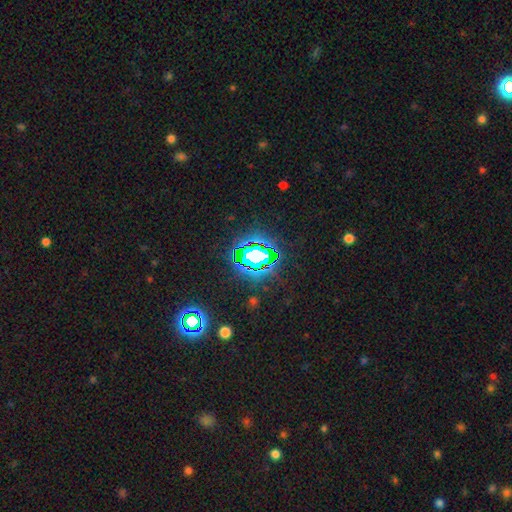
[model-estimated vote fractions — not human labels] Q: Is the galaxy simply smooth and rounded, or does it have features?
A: star or artifact — 73%.